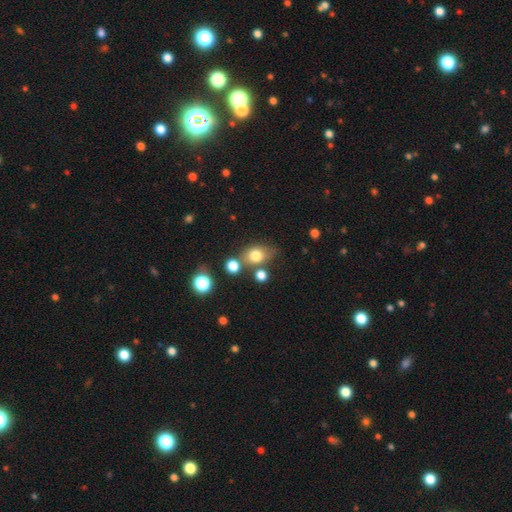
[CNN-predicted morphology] Q: Smooth or featured?
A: smooth (76%); runner-up: star or artifact (12%)
Q: How rounded?
A: in between (55%); runner-up: round (44%)
Q: Merging?
A: none (63%); runner-up: minor disturbance (16%)